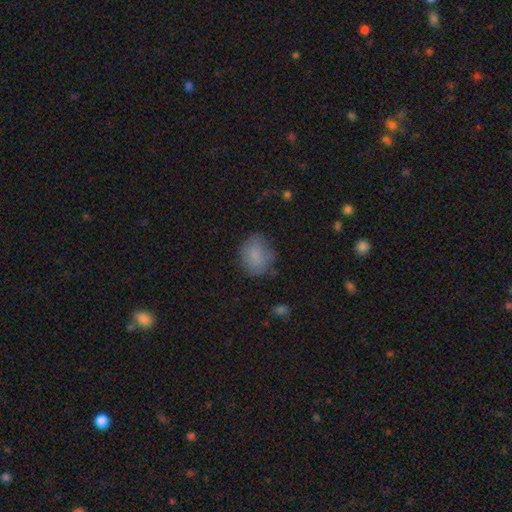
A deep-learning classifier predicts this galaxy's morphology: This is likely a smooth galaxy (77%). How rounded: possibly round (57%). Merging: likely none (64%).